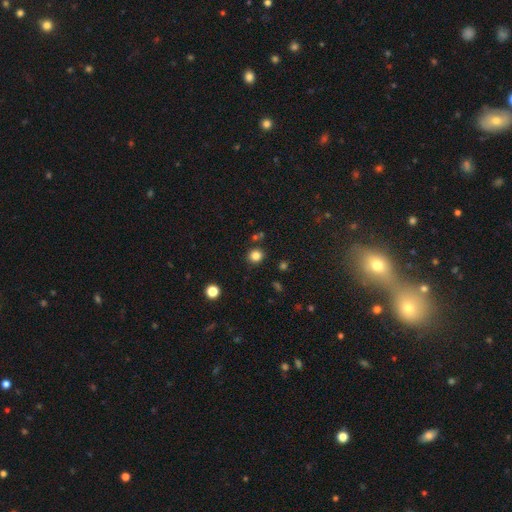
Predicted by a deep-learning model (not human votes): Smooth or featured: smooth — 83% (star or artifact — 13%)
How rounded: round — 90% (in between — 9%)
Merging: none — 87% (minor disturbance — 7%)